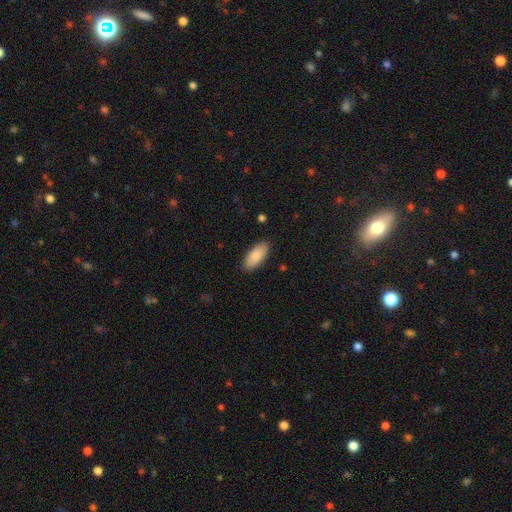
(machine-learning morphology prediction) smooth-or-featured: smooth: 84% | featured or disk: 10% | star or artifact: 6%
  how-rounded: in between: 88% | cigar-shaped: 10% | round: 2%
  merging: none: 88% | minor disturbance: 9% | major disturbance: 2% | merger: 1%